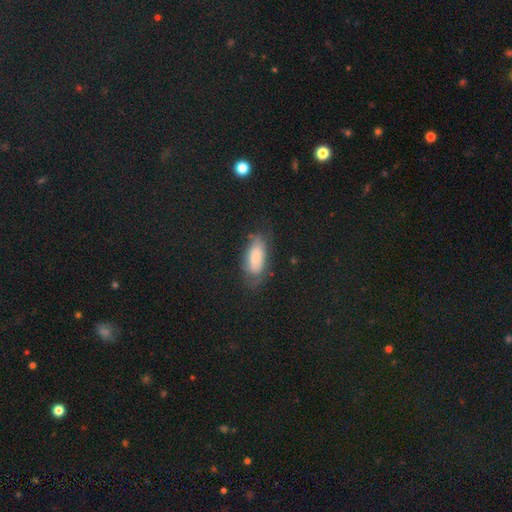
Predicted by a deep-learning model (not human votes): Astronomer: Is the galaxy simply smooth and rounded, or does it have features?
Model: smooth — 57%.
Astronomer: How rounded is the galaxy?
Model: in between — 83%.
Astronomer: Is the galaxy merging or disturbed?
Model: none — 66%.